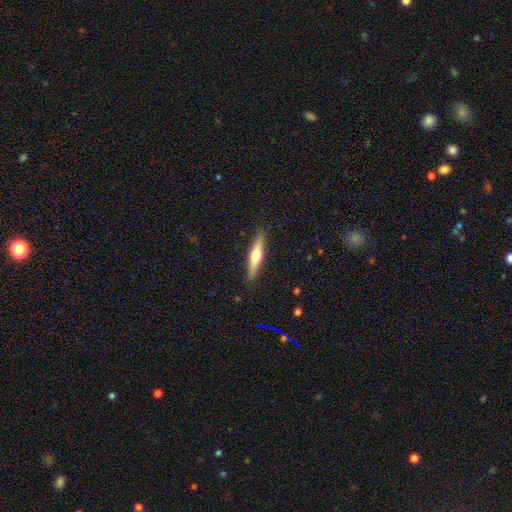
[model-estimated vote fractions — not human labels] Smooth or featured?
  - featured or disk: 48% *
  - smooth: 46%
  - star or artifact: 6%
Merging?
  - none: 89% *
  - minor disturbance: 8%
  - major disturbance: 2%
  - merger: 1%